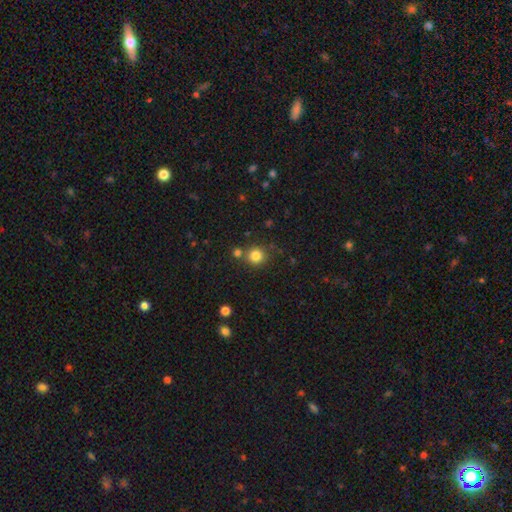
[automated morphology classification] smooth 82%, star or artifact 13%, featured or disk 5%. Down the decision tree: how rounded — round (92%); merging — none (76%).